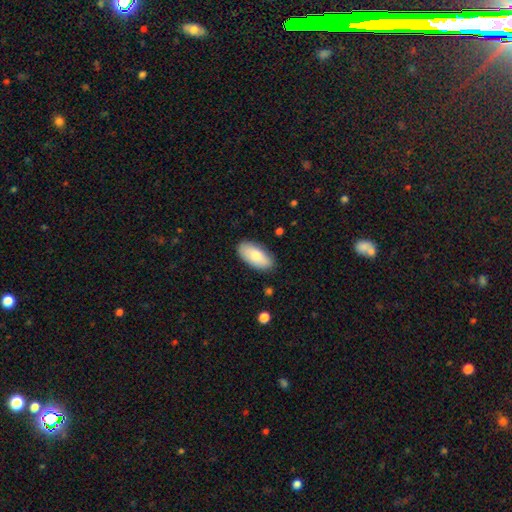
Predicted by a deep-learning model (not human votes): Q: Smooth or featured?
A: smooth (80%); runner-up: featured or disk (15%)
Q: How rounded?
A: in between (93%); runner-up: cigar-shaped (5%)
Q: Merging?
A: none (84%); runner-up: minor disturbance (12%)